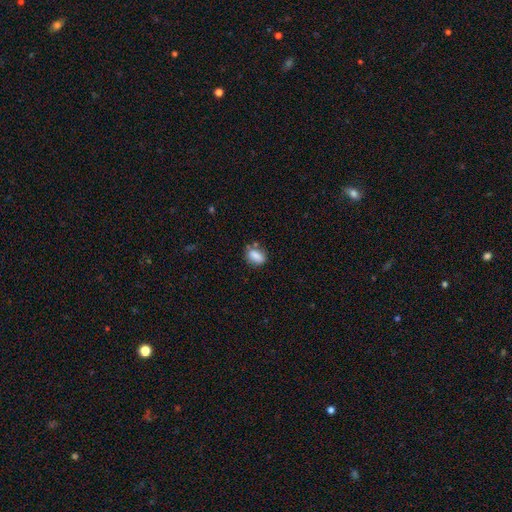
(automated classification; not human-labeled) This appears to be a smooth galaxy with no disk features (84%) that is in between round and cigar-shaped (80%). Merging: none (65%).